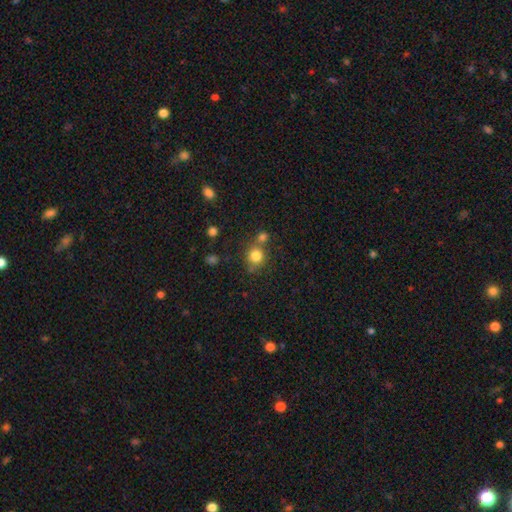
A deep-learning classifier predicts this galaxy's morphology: Smooth or featured?
  - smooth: 81% *
  - star or artifact: 12%
  - featured or disk: 7%
How rounded?
  - round: 85% *
  - in between: 14%
  - cigar-shaped: 1%
Merging?
  - none: 62% *
  - merger: 24%
  - minor disturbance: 10%
  - major disturbance: 4%